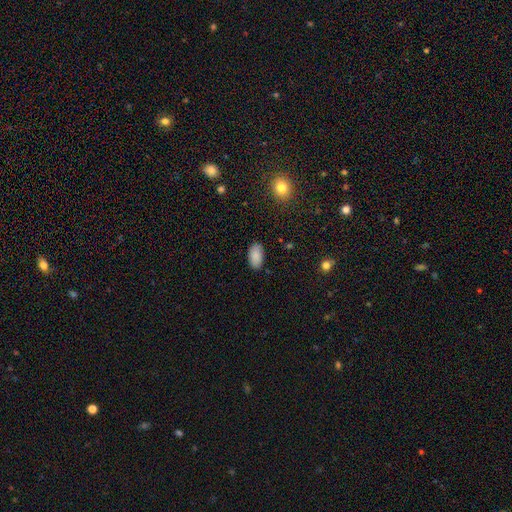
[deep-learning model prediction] Q: Smooth or featured?
A: smooth (88%); runner-up: star or artifact (7%)
Q: How rounded?
A: in between (95%); runner-up: round (3%)
Q: Merging?
A: none (86%); runner-up: minor disturbance (11%)